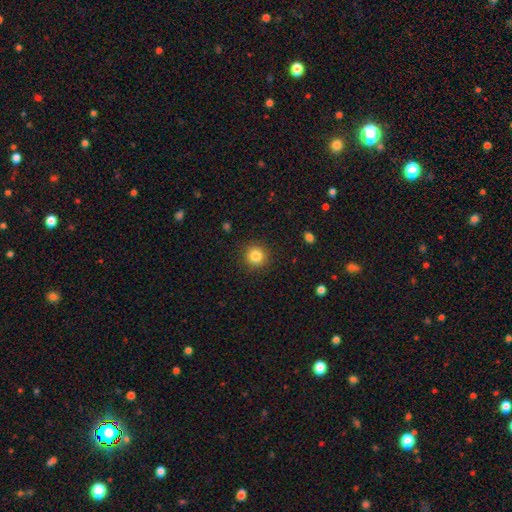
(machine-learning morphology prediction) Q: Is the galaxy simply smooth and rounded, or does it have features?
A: smooth — 83%.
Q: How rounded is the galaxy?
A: round — 94%.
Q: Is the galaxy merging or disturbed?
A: none — 91%.